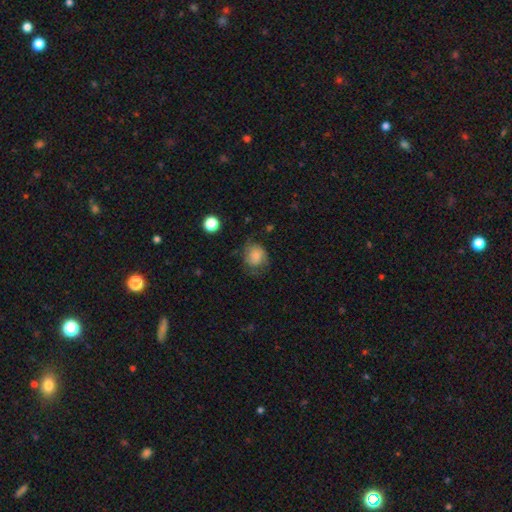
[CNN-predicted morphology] smooth 53%, featured or disk 37%, star or artifact 10%. Down the decision tree: how rounded — round (70%); merging — none (59%).